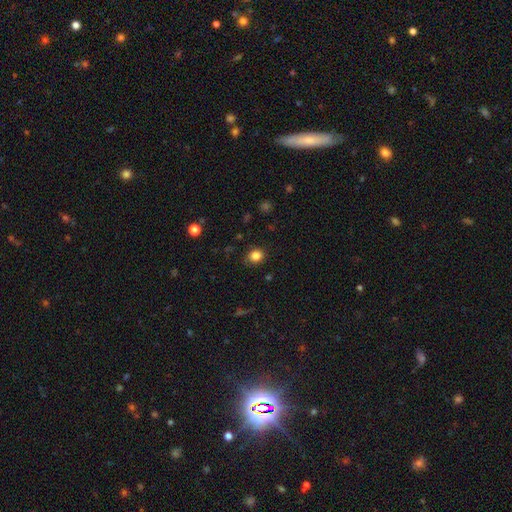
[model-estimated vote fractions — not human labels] The model was most divided on "how rounded": round: 72%, in between: 27%, cigar-shaped: 1%. More confident: smooth or featured — smooth (83%); merging — none (81%).